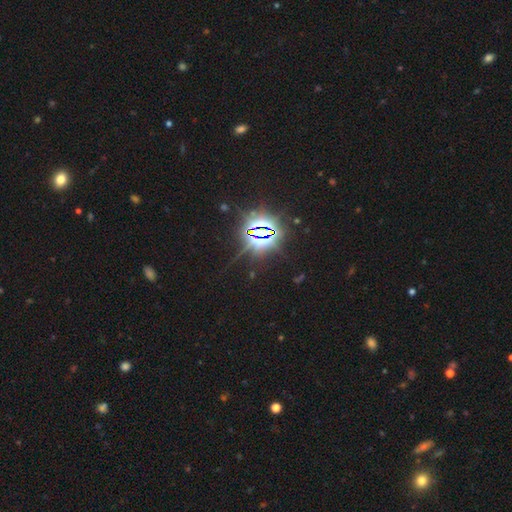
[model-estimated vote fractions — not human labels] The model was most divided on "smooth or featured": star or artifact: 85%, smooth: 8%, featured or disk: 7%.